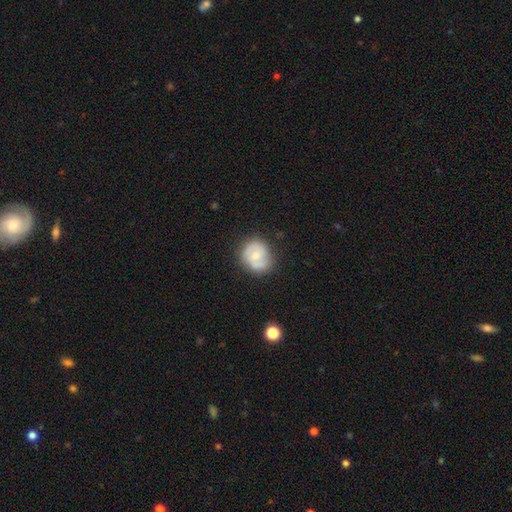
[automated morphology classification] featured or disk 57%, smooth 36%, star or artifact 7%. Down the decision tree: edge-on disk — no (98%); bar — no (66%); spiral arms — yes (82%); bulge size — moderate (48%); merging — none (74%).